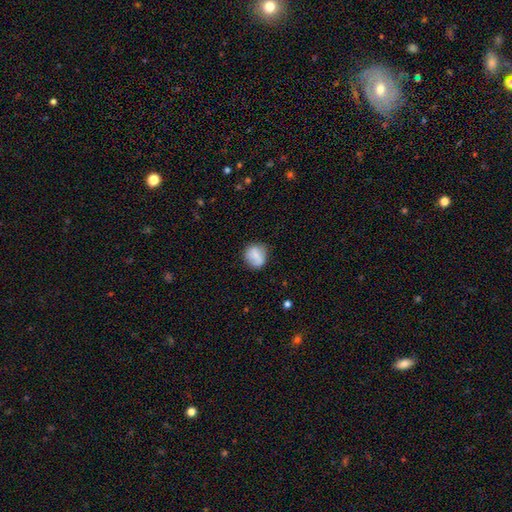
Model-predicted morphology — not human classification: smooth-or-featured: smooth: 72% | featured or disk: 20% | star or artifact: 8%
  how-rounded: round: 79% | in between: 20% | cigar-shaped: 1%
  merging: none: 69% | minor disturbance: 21% | major disturbance: 6% | merger: 3%